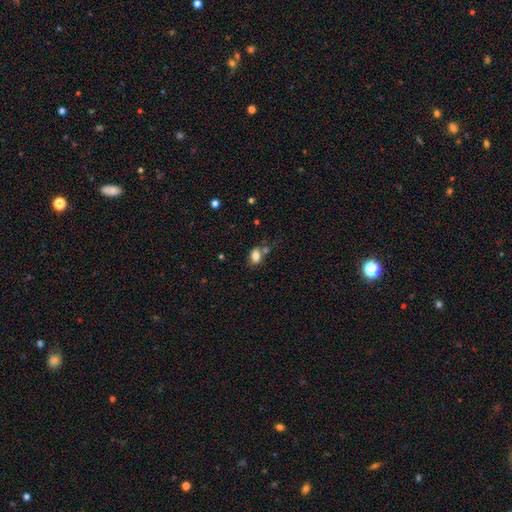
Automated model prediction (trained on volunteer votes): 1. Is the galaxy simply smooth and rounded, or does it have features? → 81% smooth, 10% star or artifact, 9% featured or disk.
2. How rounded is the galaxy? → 79% in between, 20% round, 2% cigar-shaped.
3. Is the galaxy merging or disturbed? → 53% none, 21% merger, 18% minor disturbance, 7% major disturbance.